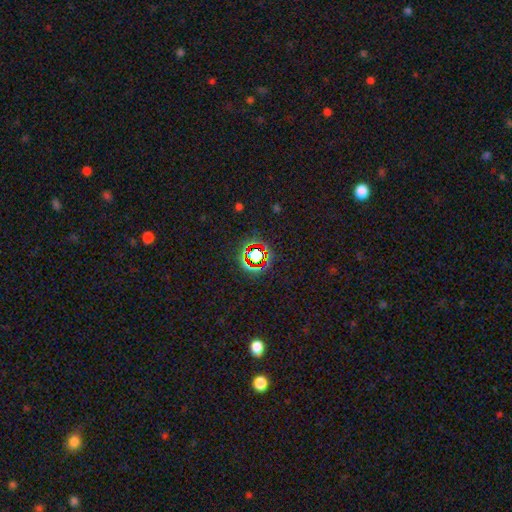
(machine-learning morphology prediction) Smooth or featured? Predicted: star or artifact (p=0.69).